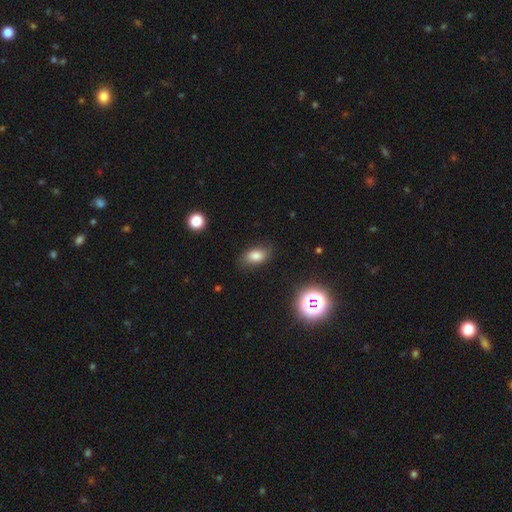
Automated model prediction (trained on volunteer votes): This is likely a smooth galaxy (79%). How rounded: clearly in between (89%). Merging: clearly none (81%).